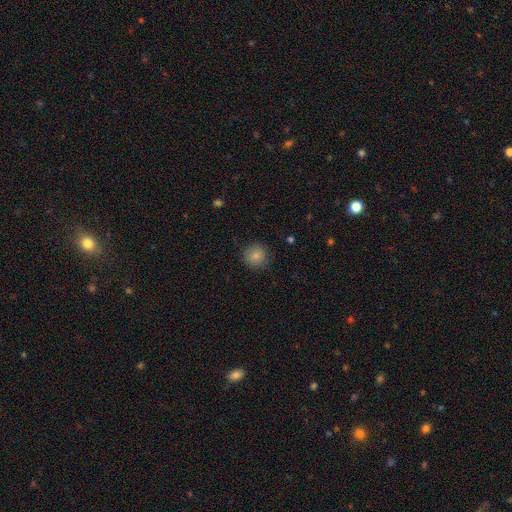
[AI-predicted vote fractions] This is clearly a smooth galaxy (84%). How rounded: clearly round (93%). Merging: clearly none (88%).